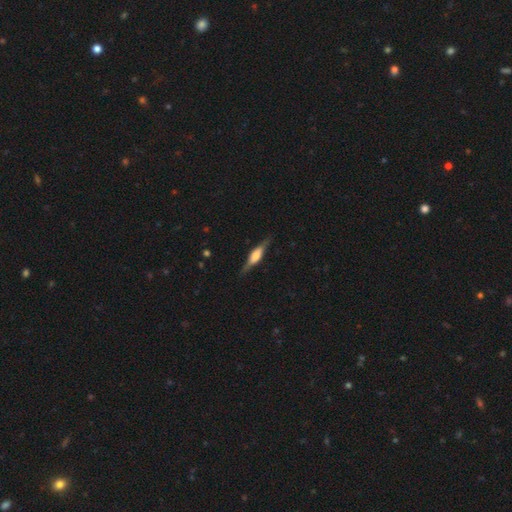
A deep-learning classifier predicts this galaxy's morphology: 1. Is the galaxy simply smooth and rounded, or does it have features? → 66% featured or disk, 28% smooth, 6% star or artifact.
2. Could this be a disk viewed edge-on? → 96% yes, 4% no.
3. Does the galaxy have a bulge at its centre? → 63% rounded, 33% boxy, 4% none.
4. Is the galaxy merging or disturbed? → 83% none, 12% minor disturbance, 3% major disturbance, 1% merger.